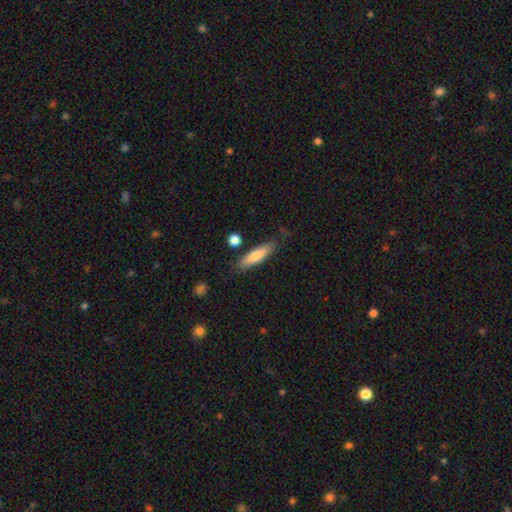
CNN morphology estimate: A smooth galaxy with no disk features (75%) that is cigar-shaped (75%).

Vote fractions:
- Smooth or featured? smooth: 75% / featured or disk: 19% / star or artifact: 6%
- How rounded? cigar-shaped: 75% / in between: 23% / round: 2%
- Merging? none: 80% / minor disturbance: 14% / merger: 3% / major disturbance: 3%